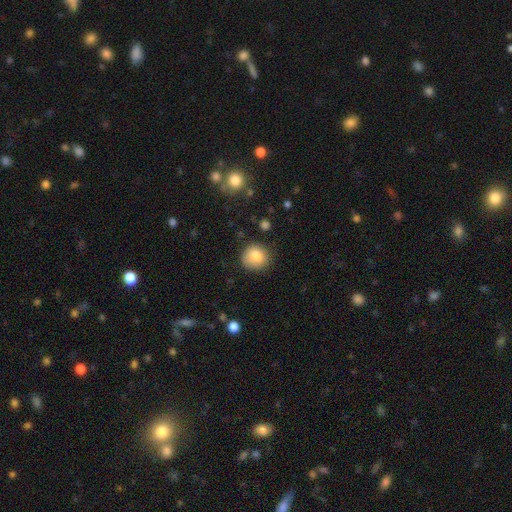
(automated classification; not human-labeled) Q: Smooth or featured?
A: smooth (83%); runner-up: star or artifact (9%)
Q: How rounded?
A: round (86%); runner-up: in between (13%)
Q: Merging?
A: none (79%); runner-up: minor disturbance (15%)